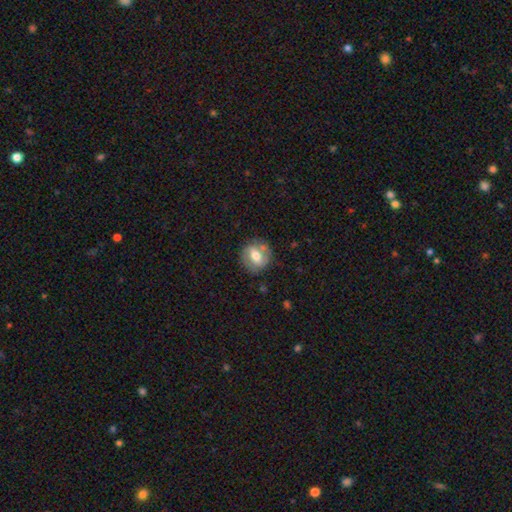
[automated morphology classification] Q: Smooth or featured?
A: featured or disk (46%); tied with: smooth (46%)
Q: Merging?
A: none (75%); runner-up: minor disturbance (16%)